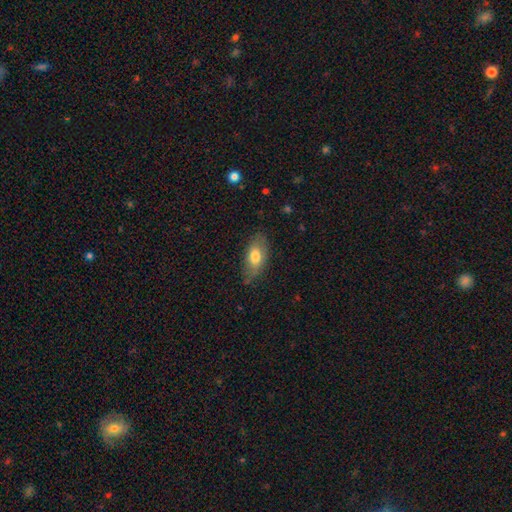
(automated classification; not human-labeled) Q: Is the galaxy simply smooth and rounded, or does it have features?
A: smooth — 74%.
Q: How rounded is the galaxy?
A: in between — 88%.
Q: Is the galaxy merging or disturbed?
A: none — 74%.